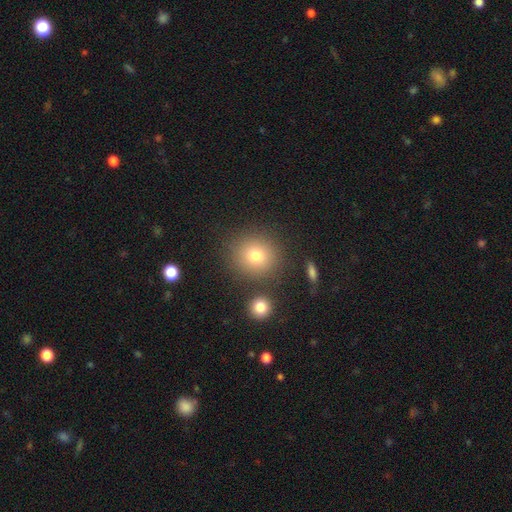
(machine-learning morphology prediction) A smooth galaxy with no disk features (76%) that is round (88%).

Vote fractions:
- Smooth or featured? smooth: 76% / star or artifact: 14% / featured or disk: 10%
- How rounded? round: 88% / in between: 11% / cigar-shaped: 1%
- Merging? none: 83% / minor disturbance: 8% / merger: 5% / major disturbance: 3%